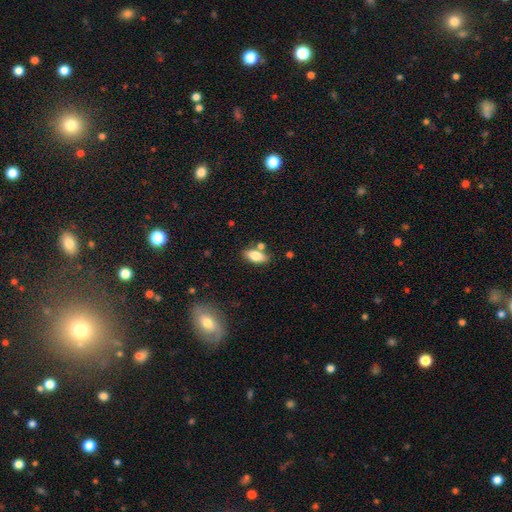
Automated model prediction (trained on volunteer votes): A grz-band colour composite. It shows a smooth galaxy with no disk features (80%) that is in between round and cigar-shaped (83%). Merging: none (70%).